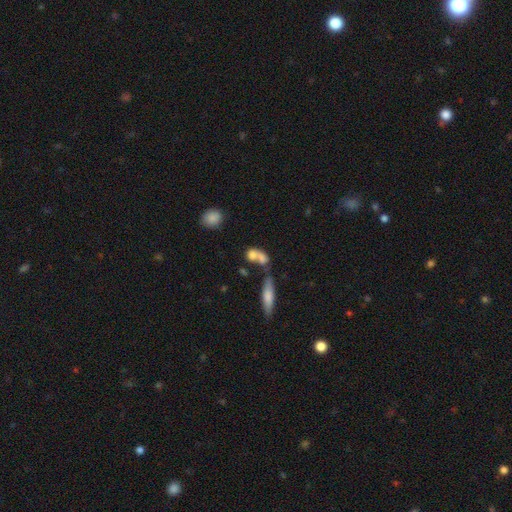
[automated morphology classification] smooth 70%, featured or disk 19%, star or artifact 11%. Down the decision tree: how rounded — in between (61%); merging — merger (55%).